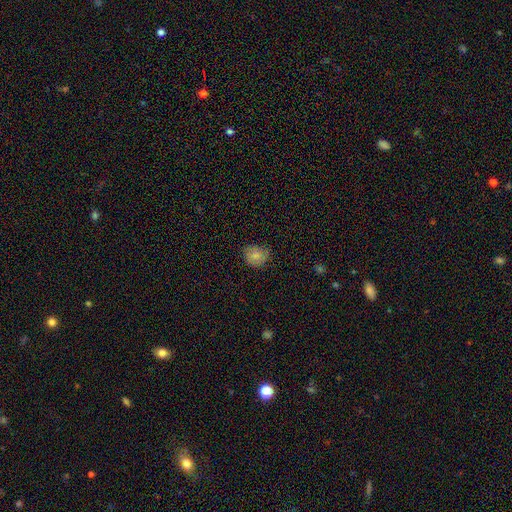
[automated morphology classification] Q: Smooth or featured?
A: smooth (82%); runner-up: star or artifact (9%)
Q: How rounded?
A: round (72%); runner-up: in between (27%)
Q: Merging?
A: none (74%); runner-up: minor disturbance (21%)